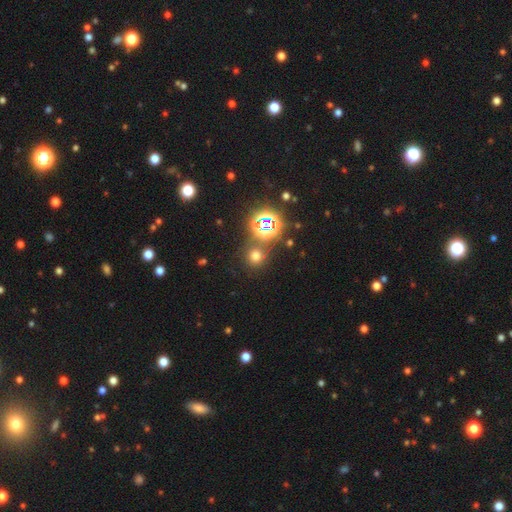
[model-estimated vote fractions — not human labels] A smooth galaxy with no disk features (58%) that is round (91%).

Vote fractions:
- Smooth or featured? smooth: 58% / star or artifact: 35% / featured or disk: 7%
- How rounded? round: 91% / in between: 7% / cigar-shaped: 1%
- Merging? none: 80% / merger: 9% / minor disturbance: 8% / major disturbance: 4%